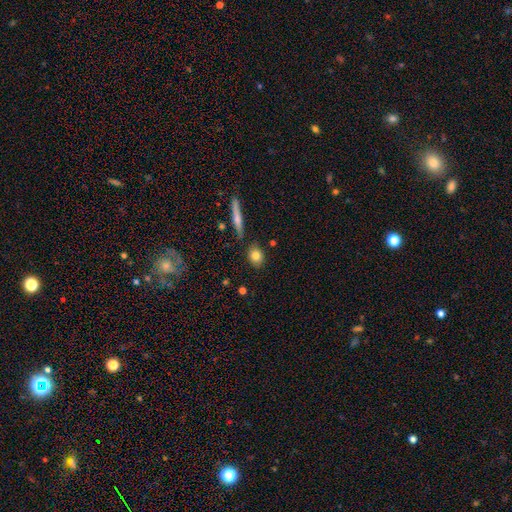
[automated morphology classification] smooth_or_featured: smooth (p=0.80) [alt: featured or disk p=0.12]
how_rounded: in between (p=0.52) [alt: round p=0.43]
merging: none (p=0.83) [alt: minor disturbance p=0.10]